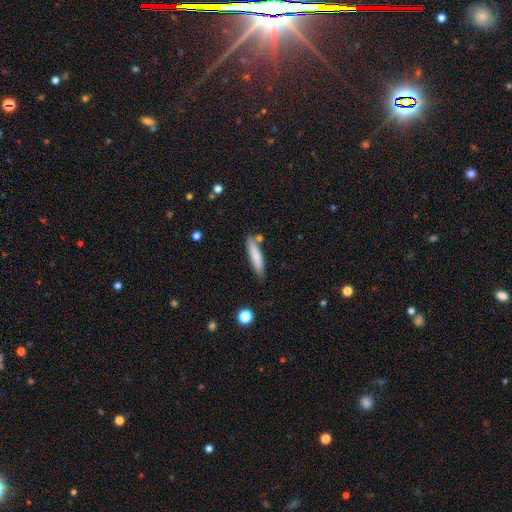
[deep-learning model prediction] Smooth or featured: smooth — 77% (featured or disk — 16%)
How rounded: cigar-shaped — 87% (in between — 12%)
Merging: none — 76% (minor disturbance — 15%)